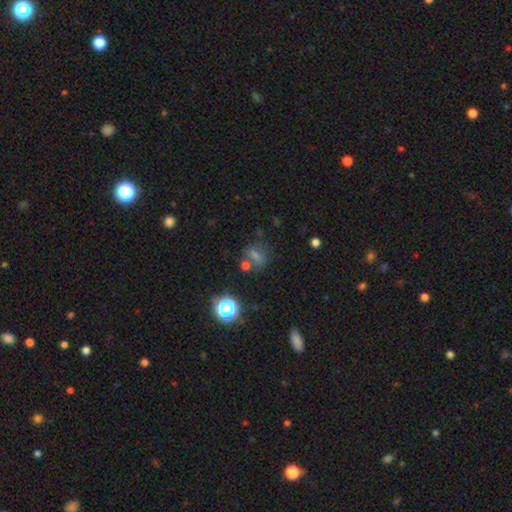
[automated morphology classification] A smooth galaxy with no disk features (62%) that is round (54%). Merging: none (58%).